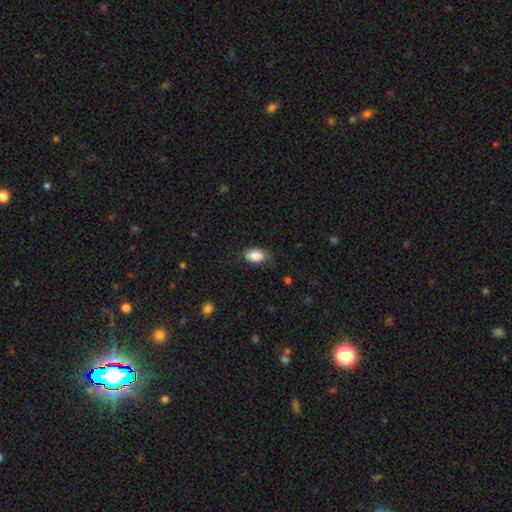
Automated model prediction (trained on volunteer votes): The model was most divided on "merging": none: 72%, minor disturbance: 21%, major disturbance: 5%, merger: 1%. More confident: how rounded — in between (87%); smooth or featured — smooth (87%).